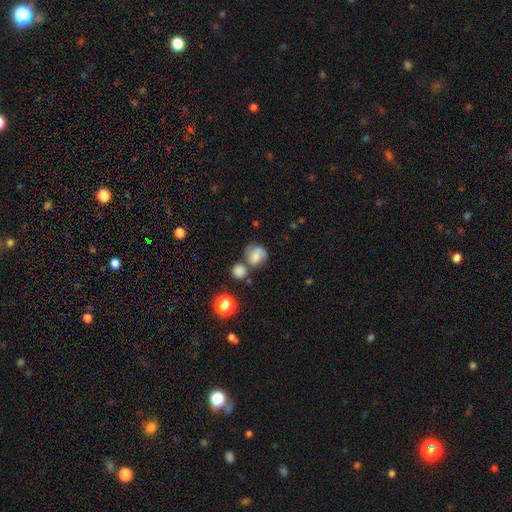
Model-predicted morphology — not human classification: Smooth or featured?
  - smooth: 67% *
  - featured or disk: 21%
  - star or artifact: 11%
How rounded?
  - round: 70% *
  - in between: 29%
  - cigar-shaped: 1%
Merging?
  - none: 47% *
  - merger: 24%
  - minor disturbance: 20%
  - major disturbance: 9%